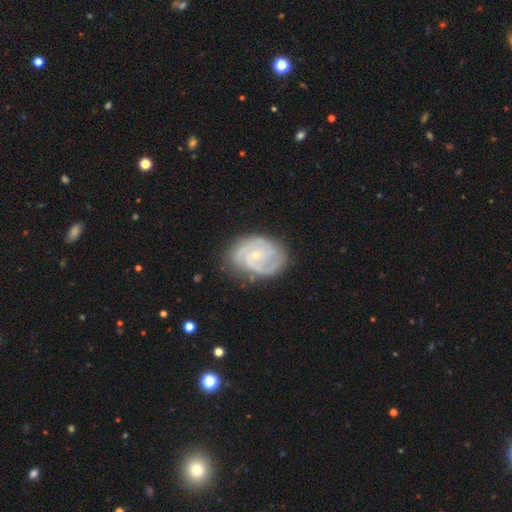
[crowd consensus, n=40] This is clearly a featured or disk galaxy (92%). It is clearly not viewed edge-on (100%). Bar: likely no (62%). Spiral arm pattern: clearly yes (97%). Spiral arm count: likely 2 (75%). Spiral winding: likely medium (61%). Central bulge: likely small (73%). Merging: likely none (68%).